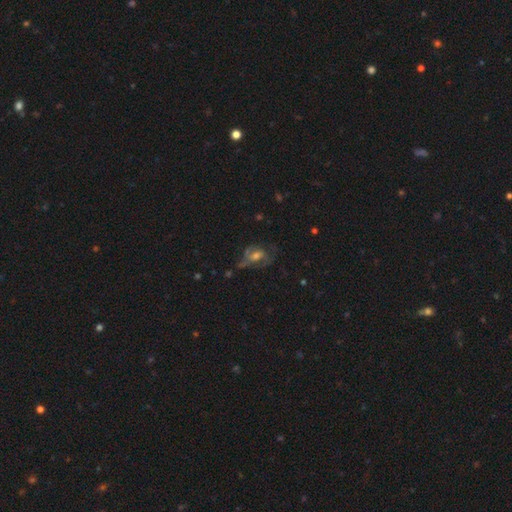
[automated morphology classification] smooth-or-featured: featured or disk: 62% | smooth: 22% | star or artifact: 16%
  disk-edge-on: no: 95% | yes: 5%
    bar: no: 57% | weak: 34% | strong: 9%
    has-spiral-arms: yes: 73% | no: 27%
    bulge-size: moderate: 53% | small: 26% | large: 12% | none: 6% | dominant: 2%
  merging: none: 42% | major disturbance: 33% | minor disturbance: 21% | merger: 4%